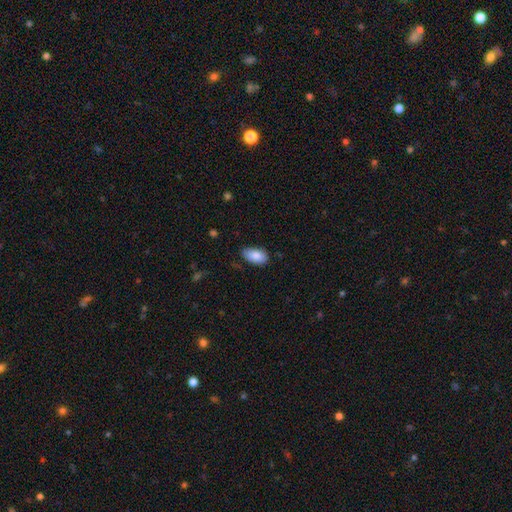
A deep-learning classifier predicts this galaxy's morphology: This appears to be a smooth galaxy with no disk features (85%) that is in between round and cigar-shaped (94%). Merging: none (72%).